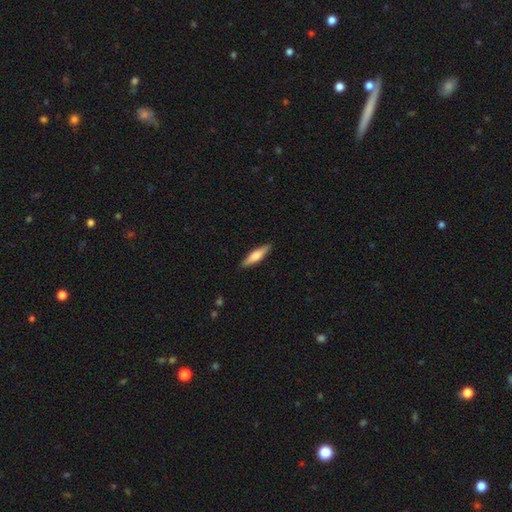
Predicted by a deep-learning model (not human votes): A smooth galaxy with no disk features (63%) that is cigar-shaped (74%). Merging: none (89%).